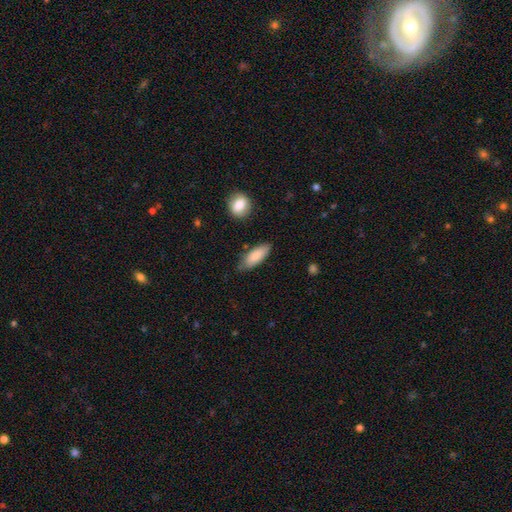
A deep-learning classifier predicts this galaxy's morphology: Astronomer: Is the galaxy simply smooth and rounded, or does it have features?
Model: smooth — 84%.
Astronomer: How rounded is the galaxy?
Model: in between — 76%.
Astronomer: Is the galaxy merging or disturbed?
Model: none — 76%.